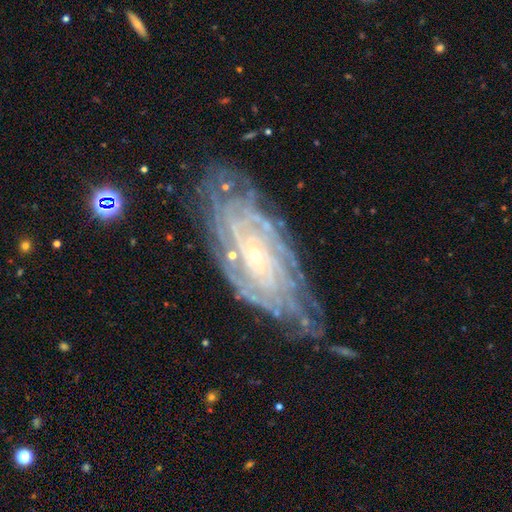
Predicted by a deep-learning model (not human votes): featured or disk 88%, star or artifact 6%, smooth 6%. Down the decision tree: edge-on disk — no (93%); bar — no (73%); spiral arms — yes (97%); spiral arm count — can't tell (32%); spiral winding — tight (82%); bulge size — small (86%); merging — none (70%).